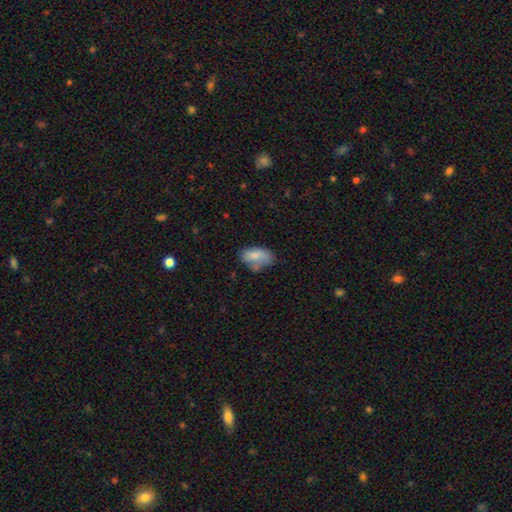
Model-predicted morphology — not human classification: Smooth or featured?
  - smooth: 77% *
  - featured or disk: 15%
  - star or artifact: 8%
How rounded?
  - in between: 91% *
  - round: 6%
  - cigar-shaped: 3%
Merging?
  - none: 43% *
  - minor disturbance: 31%
  - major disturbance: 14%
  - merger: 11%